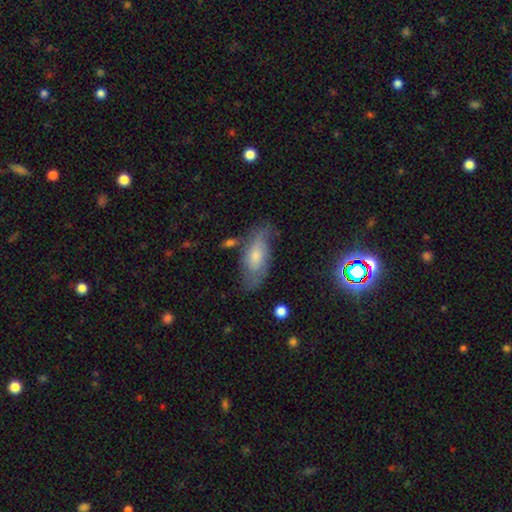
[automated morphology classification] A featured or disk galaxy (46%).

Vote fractions:
- Smooth or featured? featured or disk: 46% / smooth: 43% / star or artifact: 11%
- Merging? none: 66% / minor disturbance: 23% / major disturbance: 7% / merger: 3%